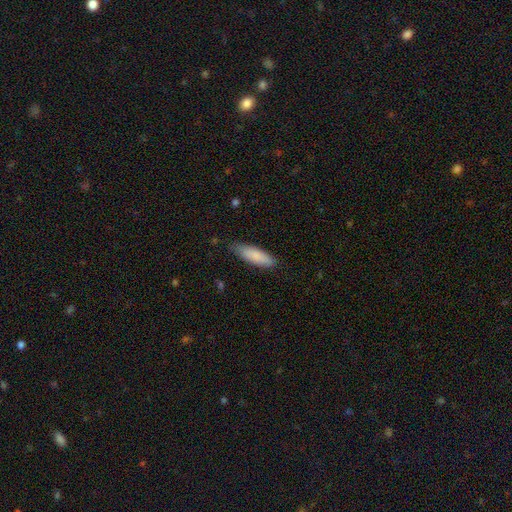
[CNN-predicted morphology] A smooth galaxy with no disk features (86%) that is cigar-shaped (55%).

Vote fractions:
- Smooth or featured? smooth: 86% / featured or disk: 9% / star or artifact: 6%
- How rounded? cigar-shaped: 55% / in between: 43% / round: 1%
- Merging? none: 81% / minor disturbance: 15% / major disturbance: 2% / merger: 1%